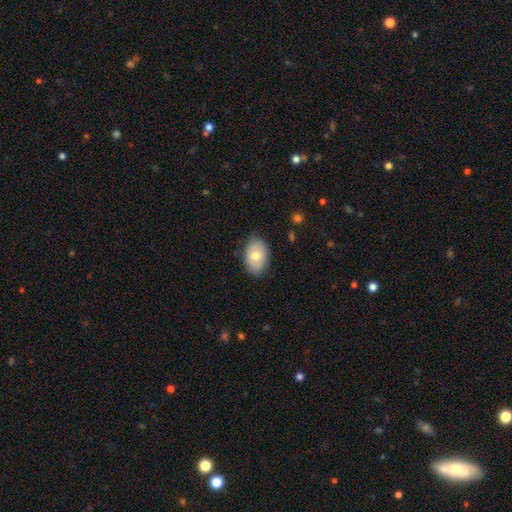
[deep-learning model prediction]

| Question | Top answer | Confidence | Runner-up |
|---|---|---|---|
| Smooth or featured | smooth | 71% | featured or disk (22%) |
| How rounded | in between | 87% | round (12%) |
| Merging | none | 82% | minor disturbance (14%) |